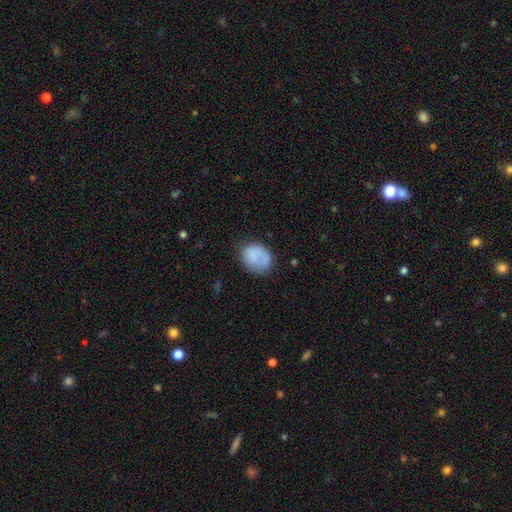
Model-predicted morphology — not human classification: A smooth galaxy with no disk features (77%) that is round (52%).

Vote fractions:
- Smooth or featured? smooth: 77% / featured or disk: 15% / star or artifact: 8%
- How rounded? round: 52% / in between: 47% / cigar-shaped: 1%
- Merging? none: 59% / minor disturbance: 24% / major disturbance: 12% / merger: 6%